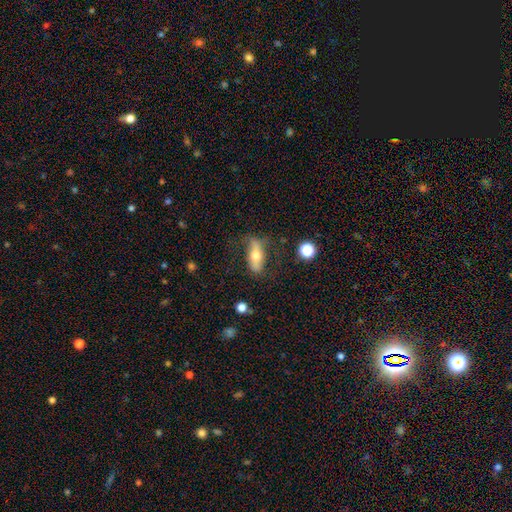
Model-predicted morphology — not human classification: Overall: featured or disk (49%; smooth 44%). Merging: none (65%).